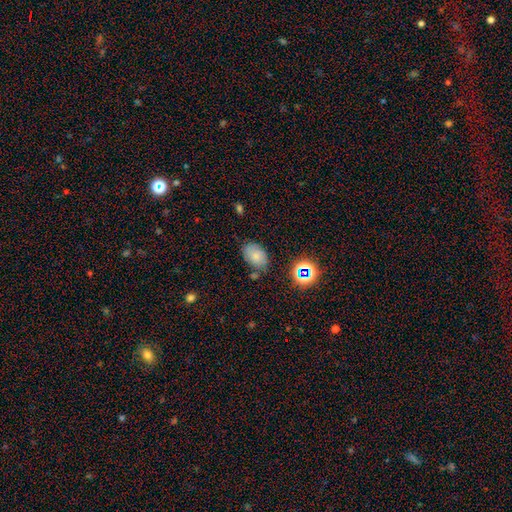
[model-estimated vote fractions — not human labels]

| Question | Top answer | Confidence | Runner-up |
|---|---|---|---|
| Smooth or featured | smooth | 69% | featured or disk (16%) |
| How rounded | in between | 84% | round (14%) |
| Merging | none | 69% | minor disturbance (20%) |